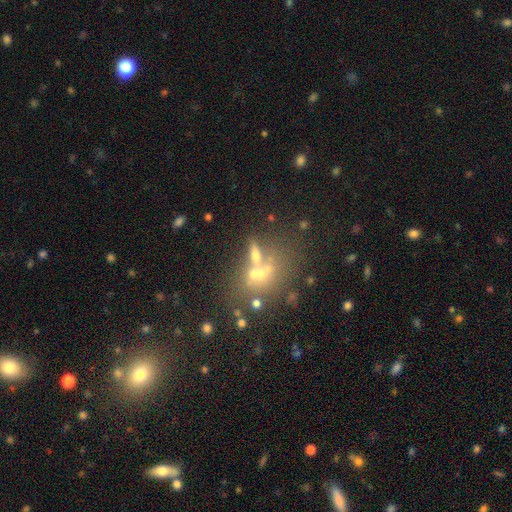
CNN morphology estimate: Smooth or featured?
  - smooth: 43% *
  - featured or disk: 34%
  - star or artifact: 23%
Merging?
  - none: 40% *
  - merger: 37%
  - minor disturbance: 12%
  - major disturbance: 11%